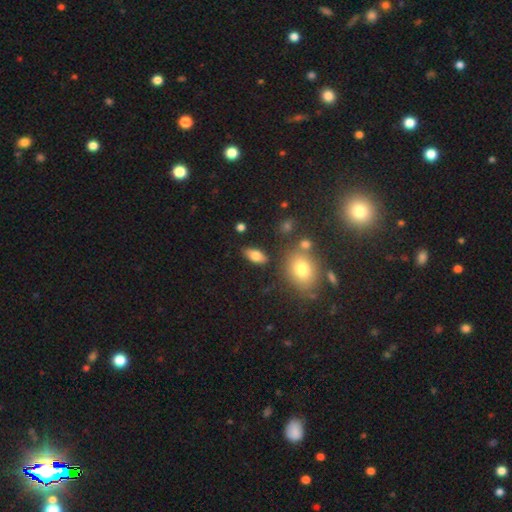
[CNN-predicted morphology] This appears to be a smooth galaxy with no disk features (76%) that is in between round and cigar-shaped (87%). Merging: none (80%).